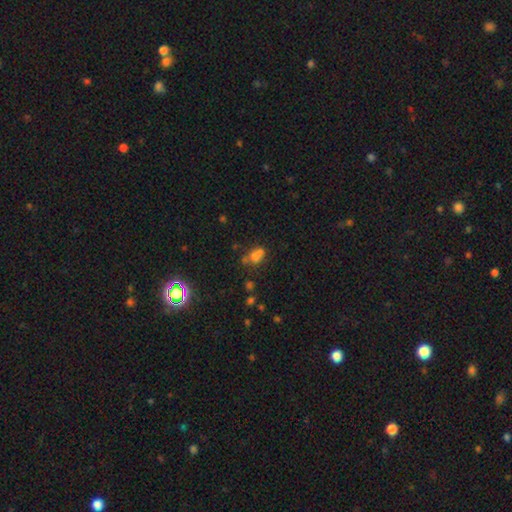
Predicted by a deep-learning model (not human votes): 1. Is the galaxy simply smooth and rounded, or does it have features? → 65% smooth, 19% star or artifact, 16% featured or disk.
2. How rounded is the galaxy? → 64% in between, 32% round, 4% cigar-shaped.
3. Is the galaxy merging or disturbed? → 40% none, 27% merger, 20% minor disturbance, 12% major disturbance.